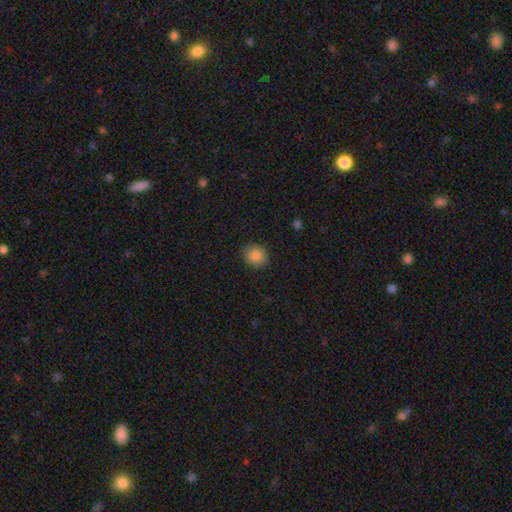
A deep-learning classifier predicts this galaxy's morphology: This appears to be a smooth galaxy with no disk features (86%) that is round (76%). Merging: none (89%).